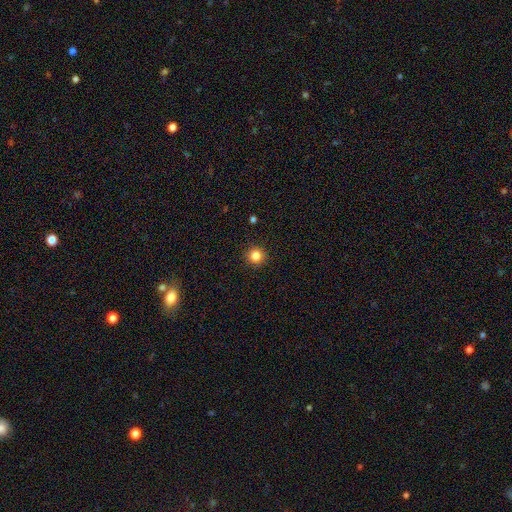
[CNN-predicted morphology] Q: Smooth or featured?
A: smooth (84%); runner-up: star or artifact (11%)
Q: How rounded?
A: round (95%); runner-up: in between (4%)
Q: Merging?
A: none (92%); runner-up: minor disturbance (5%)